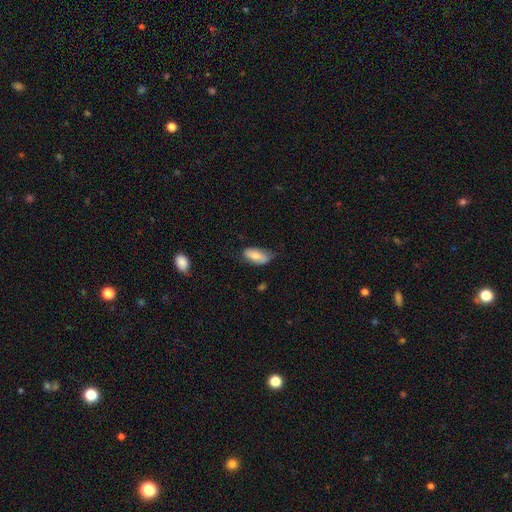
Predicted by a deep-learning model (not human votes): Smooth or featured? Predicted: smooth (p=0.72). How rounded? Predicted: in between (p=0.90). Merging? Predicted: none (p=0.61).